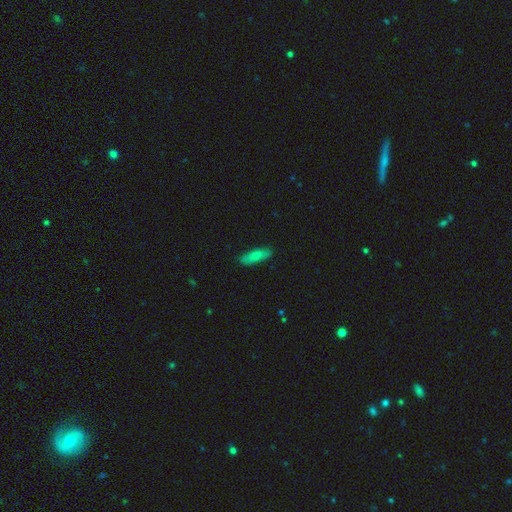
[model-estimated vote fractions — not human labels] Smooth or featured? Predicted: smooth (p=0.76). How rounded? Predicted: cigar-shaped (p=0.54). Merging? Predicted: none (p=0.82).